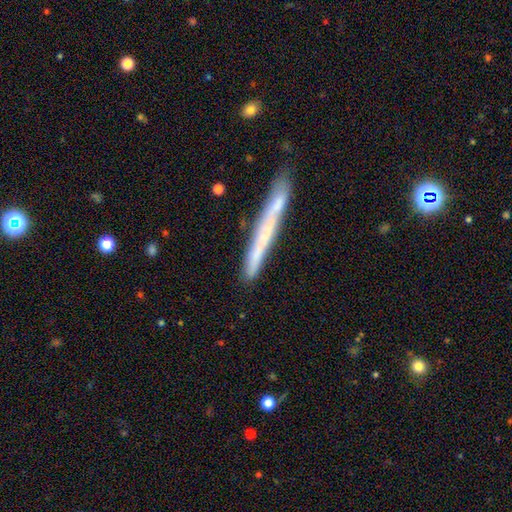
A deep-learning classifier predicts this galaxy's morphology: Smooth or featured: smooth — 58% (featured or disk — 34%)
How rounded: cigar-shaped — 93% (in between — 5%)
Merging: none — 67% (merger — 15%)